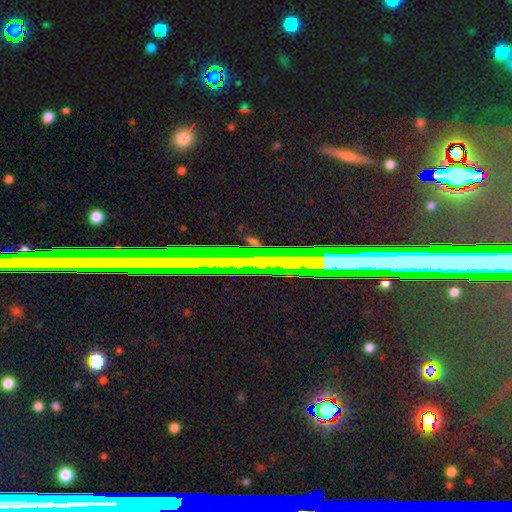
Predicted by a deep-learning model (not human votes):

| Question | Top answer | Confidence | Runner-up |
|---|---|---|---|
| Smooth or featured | star or artifact | 63% | featured or disk (22%) |